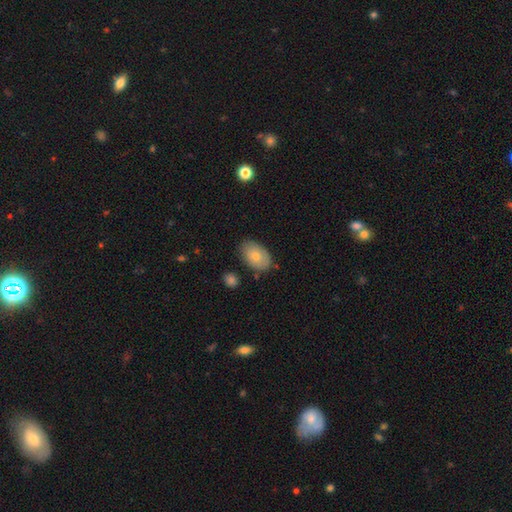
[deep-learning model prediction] Smooth or featured: smooth — 73% (featured or disk — 20%)
How rounded: in between — 90% (round — 9%)
Merging: none — 74% (minor disturbance — 19%)